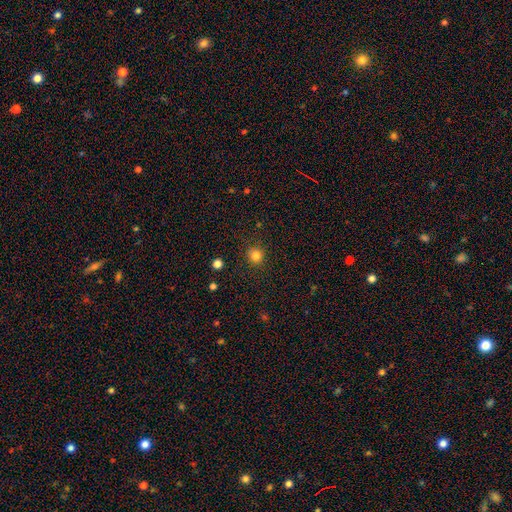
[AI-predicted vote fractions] This is clearly a smooth galaxy (83%). How rounded: clearly round (92%). Merging: clearly none (90%).